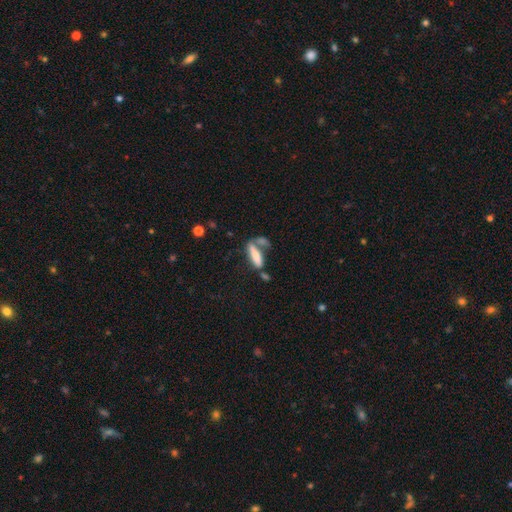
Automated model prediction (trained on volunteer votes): Smooth or featured? smooth (71%)
How rounded? cigar-shaped (54%)
Merging? merger (38%)